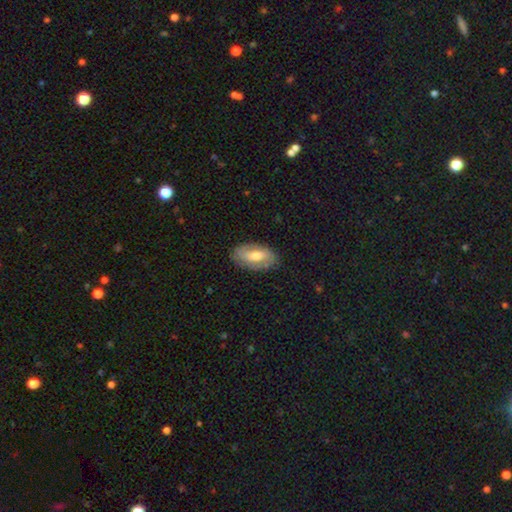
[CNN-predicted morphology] smooth-or-featured: featured or disk: 49% | smooth: 45% | star or artifact: 6%
  merging: none: 81% | minor disturbance: 14% | major disturbance: 4% | merger: 1%